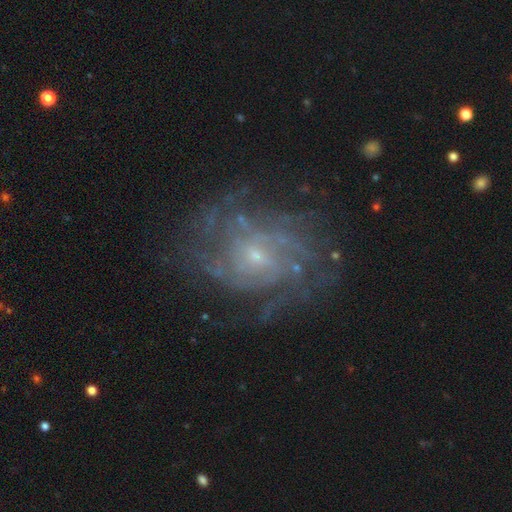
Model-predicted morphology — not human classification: Smooth or featured?
  - featured or disk: 83% *
  - star or artifact: 9%
  - smooth: 8%
Edge-on disk?
  - no: 97% *
  - yes: 3%
Bar?
  - no: 61% *
  - weak: 33%
  - strong: 6%
Spiral arms?
  - yes: 91% *
  - no: 9%
Spiral winding?
  - tight: 52% *
  - medium: 36%
  - loose: 13%
Spiral arm count?
  - can't tell: 35% *
  - 4: 21%
  - more than 4: 17%
  - 3: 12%
  - 2: 9%
  - 1: 6%
Bulge size?
  - small: 79% *
  - moderate: 14%
  - none: 4%
  - large: 1%
  - dominant: 1%
Merging?
  - none: 67% *
  - minor disturbance: 17%
  - major disturbance: 13%
  - merger: 2%